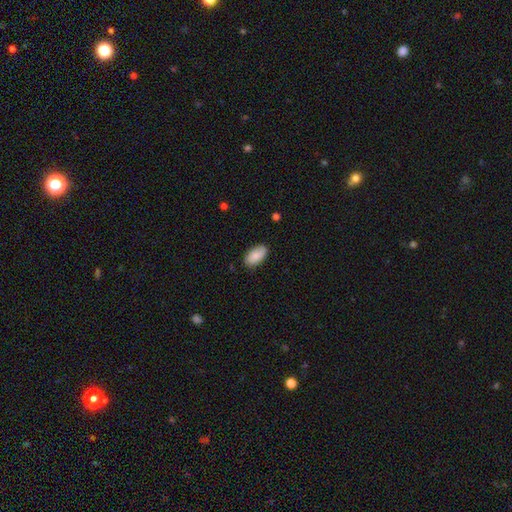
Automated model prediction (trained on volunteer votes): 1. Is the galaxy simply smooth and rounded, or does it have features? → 86% smooth, 8% featured or disk, 6% star or artifact.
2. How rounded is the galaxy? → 95% in between, 3% round, 3% cigar-shaped.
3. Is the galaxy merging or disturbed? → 83% none, 13% minor disturbance, 2% major disturbance, 1% merger.